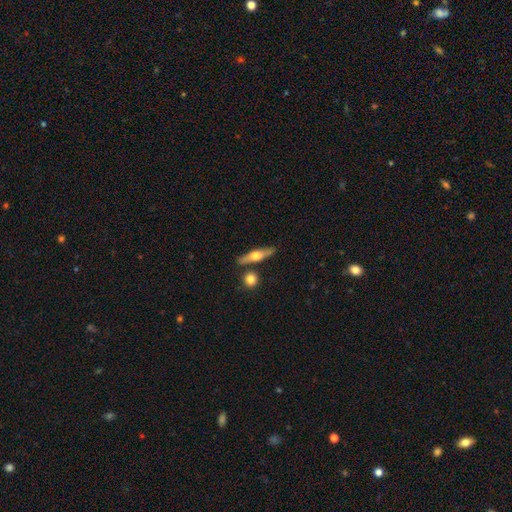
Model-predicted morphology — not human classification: A featured or disk galaxy (57%) viewed edge-on (93%) with a rounded central bulge (94%). Merging: none (80%).